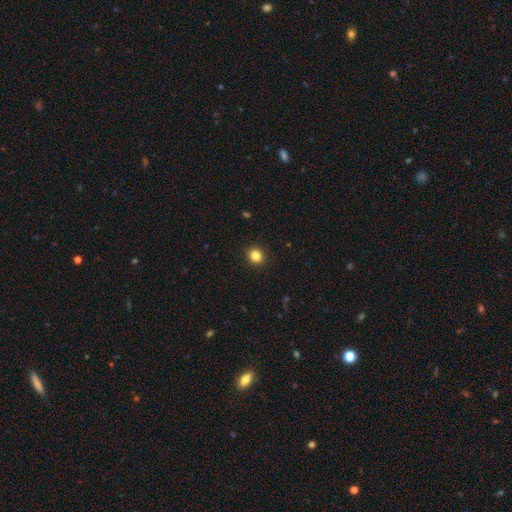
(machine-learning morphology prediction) type=smooth (84%); roundness=round (87%); merging=none (93%).